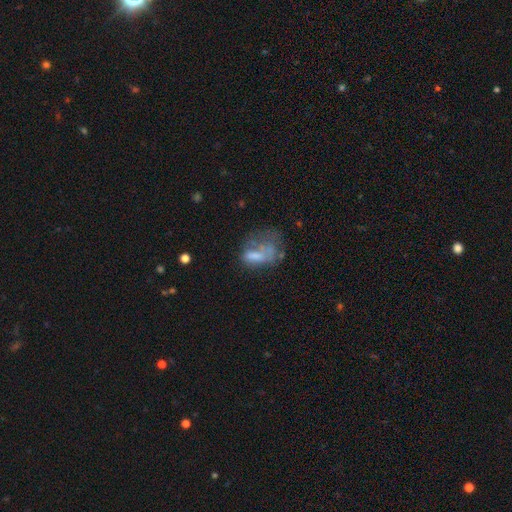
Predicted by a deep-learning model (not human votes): The model was most divided on "smooth or featured": smooth: 50%, featured or disk: 36%, star or artifact: 14%. Remaining: merging — major disturbance (44%).